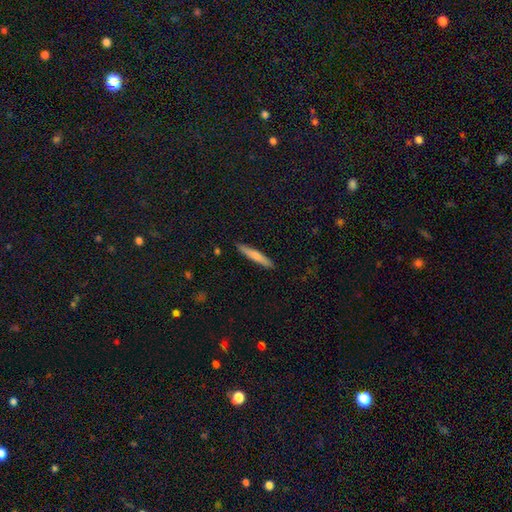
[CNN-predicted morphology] smooth-or-featured: smooth: 70% | featured or disk: 24% | star or artifact: 5%
  how-rounded: cigar-shaped: 94% | in between: 5% | round: 1%
  merging: none: 90% | minor disturbance: 7% | major disturbance: 1% | merger: 1%